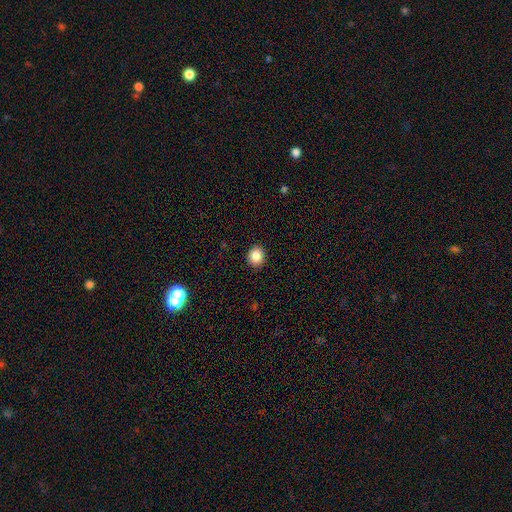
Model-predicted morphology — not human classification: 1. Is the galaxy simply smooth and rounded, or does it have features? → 86% smooth, 10% star or artifact, 4% featured or disk.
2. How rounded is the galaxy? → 79% round, 20% in between, 1% cigar-shaped.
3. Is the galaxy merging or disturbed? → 92% none, 5% minor disturbance, 2% major disturbance, 1% merger.